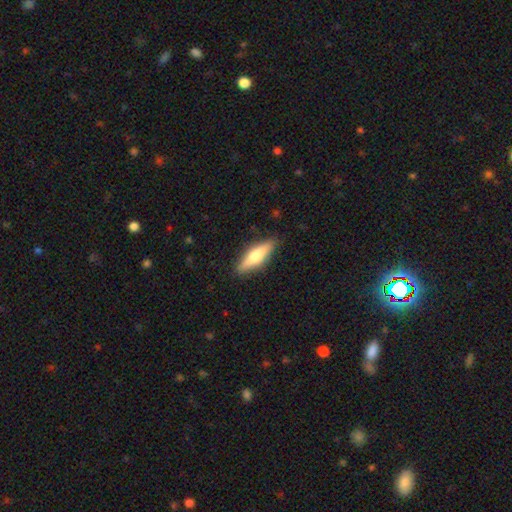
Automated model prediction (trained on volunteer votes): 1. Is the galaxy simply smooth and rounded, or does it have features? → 57% smooth, 37% featured or disk, 6% star or artifact.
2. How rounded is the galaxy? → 64% cigar-shaped, 34% in between, 2% round.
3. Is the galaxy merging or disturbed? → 88% none, 9% minor disturbance, 2% major disturbance, 1% merger.